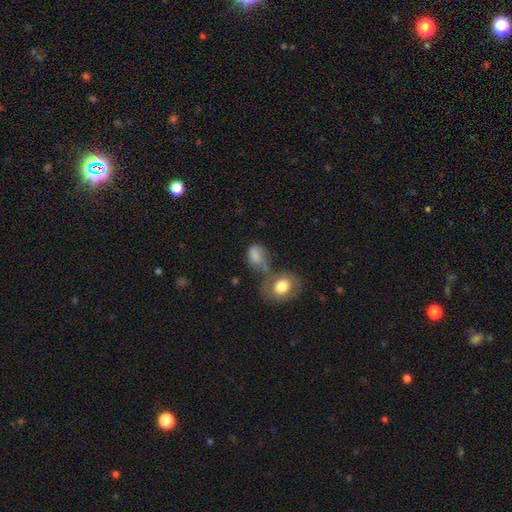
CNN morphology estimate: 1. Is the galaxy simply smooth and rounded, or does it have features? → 75% smooth, 15% featured or disk, 10% star or artifact.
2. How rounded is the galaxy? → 74% in between, 24% round, 2% cigar-shaped.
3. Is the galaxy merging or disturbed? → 36% merger, 27% none, 20% minor disturbance, 17% major disturbance.